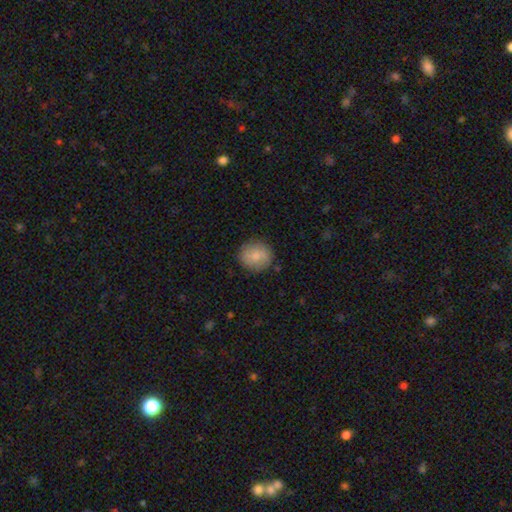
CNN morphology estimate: Smooth or featured? smooth (80%)
How rounded? round (80%)
Merging? none (85%)